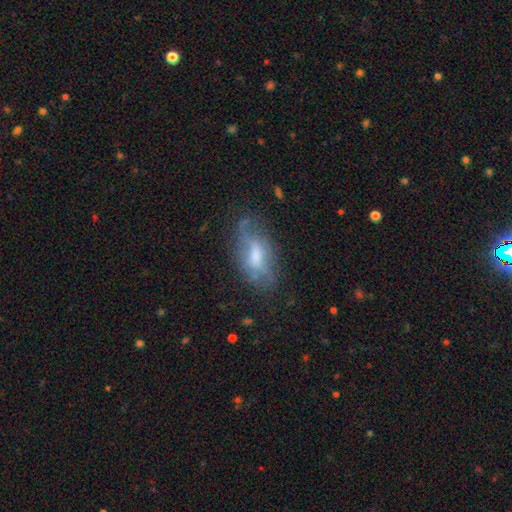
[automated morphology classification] Overall: featured or disk (47%; smooth 44%). Merging: none (57%; minor disturbance 27%).